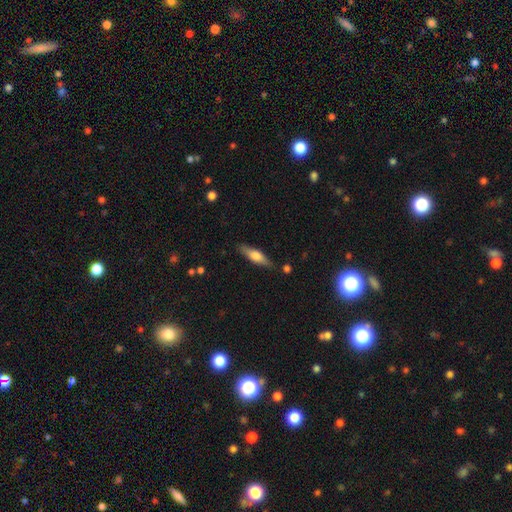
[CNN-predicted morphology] Smooth or featured? Predicted: smooth (p=0.52). How rounded? Predicted: cigar-shaped (p=0.65). Merging? Predicted: none (p=0.83).